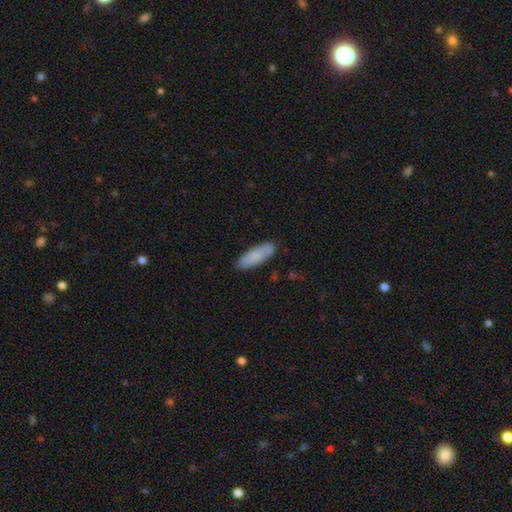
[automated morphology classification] smooth-or-featured: smooth: 80% | featured or disk: 14% | star or artifact: 6%
  how-rounded: in between: 52% | cigar-shaped: 47% | round: 2%
  merging: none: 84% | minor disturbance: 12% | major disturbance: 2% | merger: 2%